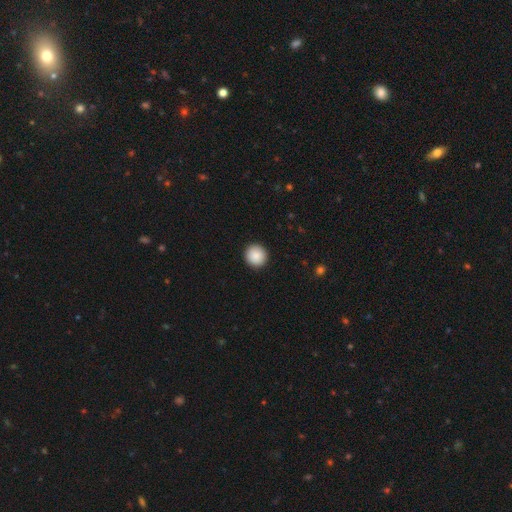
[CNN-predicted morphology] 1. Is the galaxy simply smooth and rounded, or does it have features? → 89% smooth, 8% star or artifact, 3% featured or disk.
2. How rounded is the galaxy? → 95% round, 4% in between, 1% cigar-shaped.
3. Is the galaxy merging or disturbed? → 93% none, 4% minor disturbance, 2% major disturbance, 1% merger.